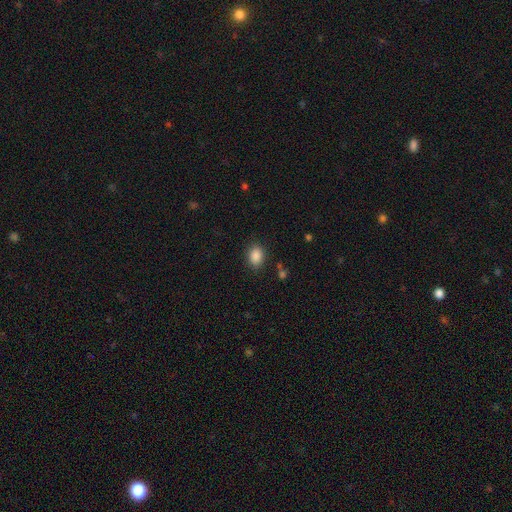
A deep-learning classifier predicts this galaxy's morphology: This appears to be a smooth galaxy with no disk features (87%) that is in between round and cigar-shaped (71%). Merging: none (86%).